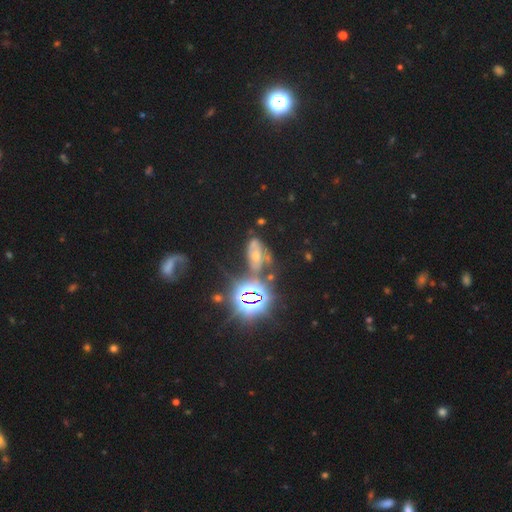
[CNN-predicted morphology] smooth-or-featured: star or artifact: 48% | featured or disk: 34% | smooth: 18%